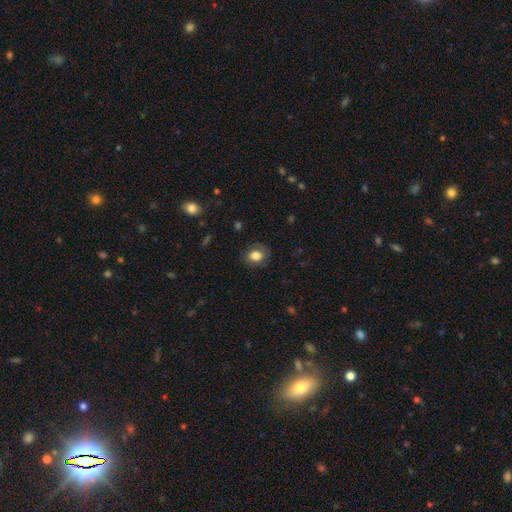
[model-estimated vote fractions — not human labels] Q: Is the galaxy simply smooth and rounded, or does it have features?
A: smooth — 80%.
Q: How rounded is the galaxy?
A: round — 52%.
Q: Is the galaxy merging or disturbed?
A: none — 81%.